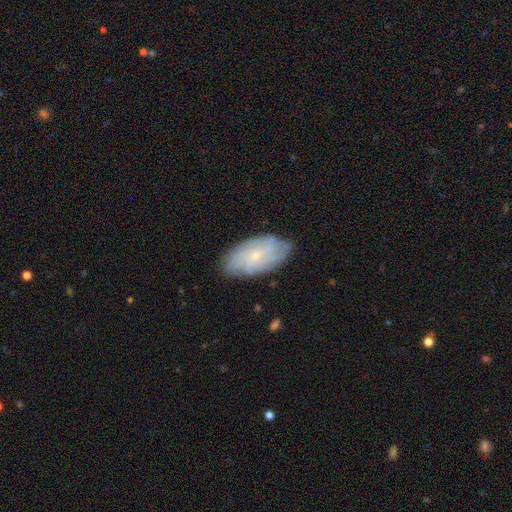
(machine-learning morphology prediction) Smooth or featured?
  - featured or disk: 56% *
  - smooth: 37%
  - star or artifact: 8%
Edge-on disk?
  - no: 93% *
  - yes: 7%
Bar?
  - no: 73% *
  - weak: 23%
  - strong: 4%
Spiral arms?
  - yes: 79% *
  - no: 21%
Bulge size?
  - small: 78% *
  - moderate: 17%
  - none: 3%
  - large: 1%
  - dominant: 1%
Merging?
  - none: 80% *
  - minor disturbance: 16%
  - major disturbance: 3%
  - merger: 1%